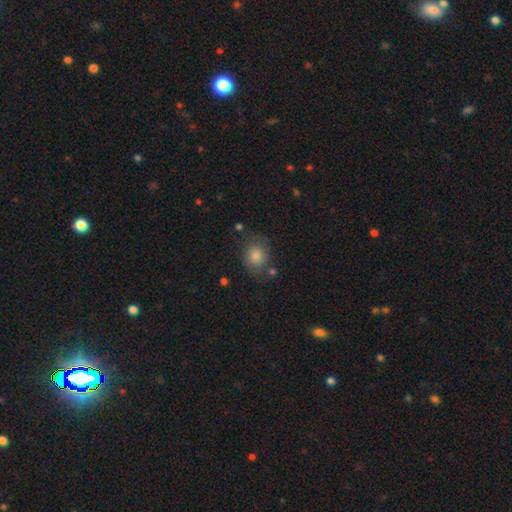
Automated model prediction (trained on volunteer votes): This is likely a smooth galaxy (76%). How rounded: likely round (61%). Merging: likely none (71%).